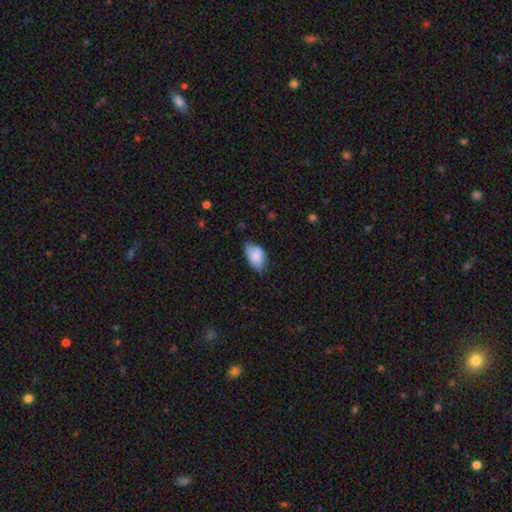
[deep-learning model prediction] Smooth or featured?
  - smooth: 76% *
  - featured or disk: 16%
  - star or artifact: 7%
How rounded?
  - in between: 93% *
  - round: 5%
  - cigar-shaped: 2%
Merging?
  - none: 50% *
  - minor disturbance: 39%
  - major disturbance: 9%
  - merger: 2%